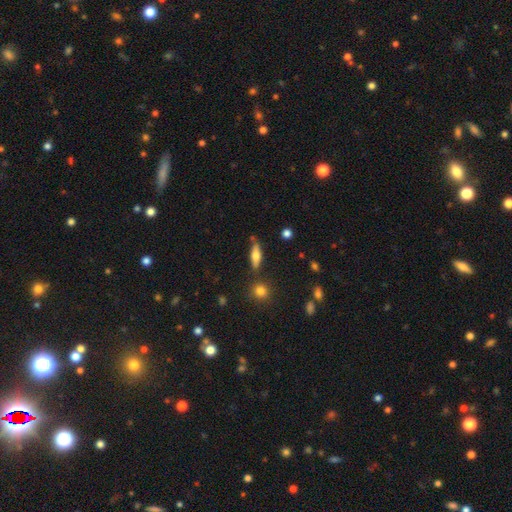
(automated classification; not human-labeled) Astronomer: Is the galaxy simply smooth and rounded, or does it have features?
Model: smooth — 57% (runner-up: featured or disk, 35%).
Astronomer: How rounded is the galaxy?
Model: cigar-shaped — 49% (runner-up: in between, 48%).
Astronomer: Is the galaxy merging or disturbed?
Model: none — 73%.